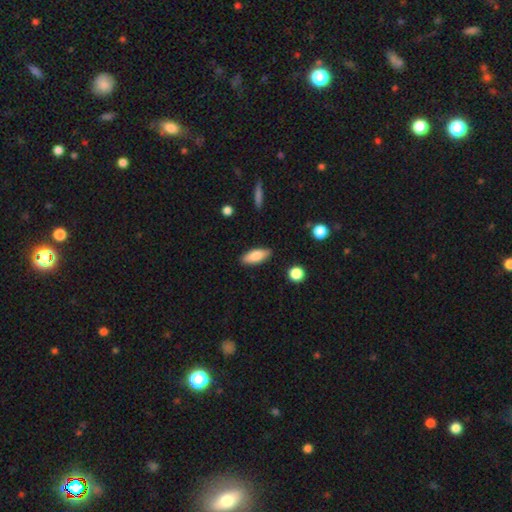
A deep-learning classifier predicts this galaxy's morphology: This is clearly a smooth galaxy (80%). How rounded: likely in between (71%). Merging: clearly none (86%).